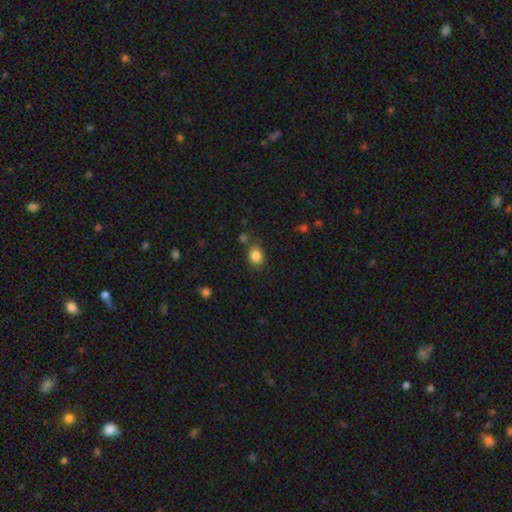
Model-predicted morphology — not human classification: Smooth or featured?
  - smooth: 85% *
  - star or artifact: 10%
  - featured or disk: 5%
How rounded?
  - in between: 57% *
  - round: 42%
  - cigar-shaped: 1%
Merging?
  - none: 76% *
  - minor disturbance: 14%
  - merger: 6%
  - major disturbance: 4%